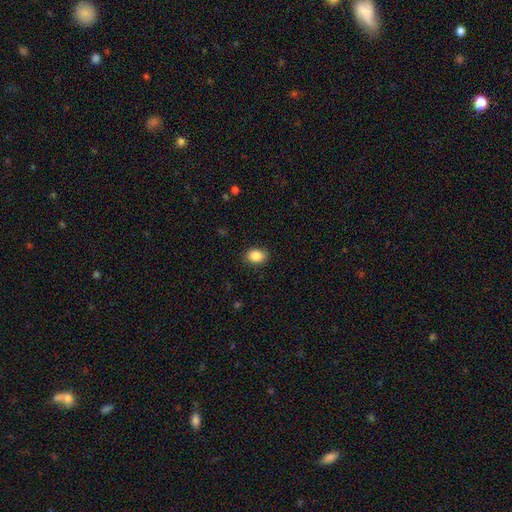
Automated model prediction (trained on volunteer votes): A smooth galaxy with no disk features (87%) that is in between round and cigar-shaped (68%).

Vote fractions:
- Smooth or featured? smooth: 87% / star or artifact: 8% / featured or disk: 5%
- How rounded? in between: 68% / round: 30% / cigar-shaped: 1%
- Merging? none: 87% / minor disturbance: 10% / major disturbance: 2% / merger: 1%